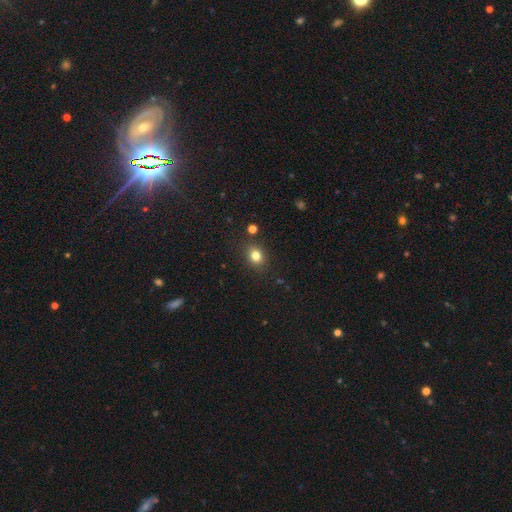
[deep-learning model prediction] Morphology: type=smooth (80%); roundness=round (57%); merging=none (84%).